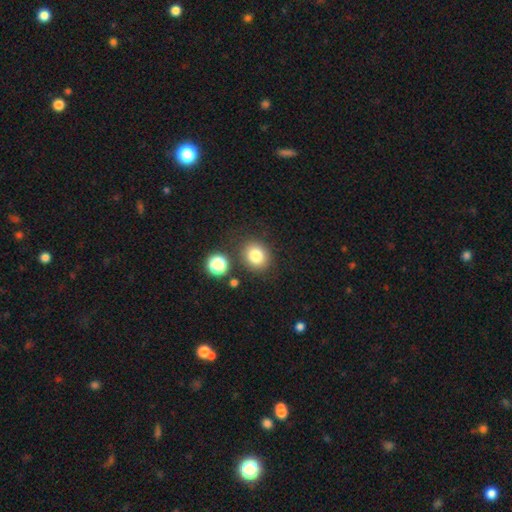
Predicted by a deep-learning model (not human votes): The model was most divided on "how rounded": round: 72%, in between: 27%, cigar-shaped: 1%. More confident: merging — none (81%); smooth or featured — smooth (80%).